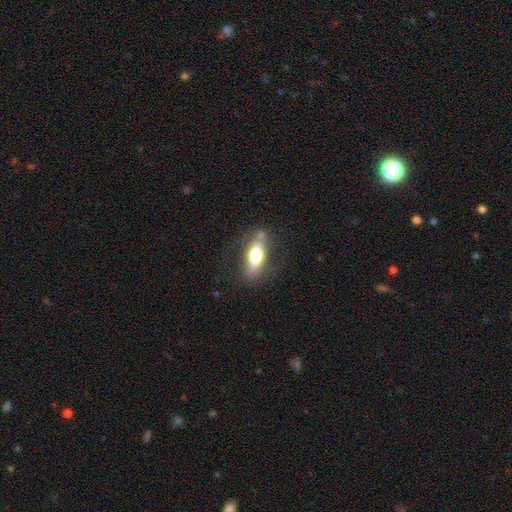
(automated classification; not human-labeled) smooth-or-featured: smooth: 66% | featured or disk: 27% | star or artifact: 7%
  how-rounded: in between: 68% | cigar-shaped: 28% | round: 4%
  merging: none: 76% | minor disturbance: 16% | major disturbance: 6% | merger: 3%